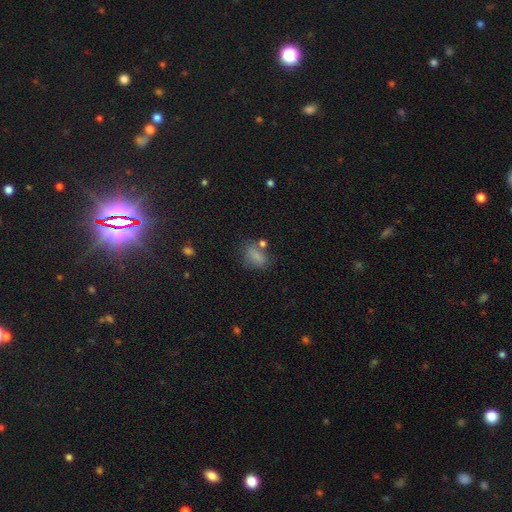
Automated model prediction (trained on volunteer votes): Q: Smooth or featured?
A: smooth (75%); runner-up: star or artifact (14%)
Q: How rounded?
A: in between (75%); runner-up: round (20%)
Q: Merging?
A: none (52%); runner-up: minor disturbance (22%)